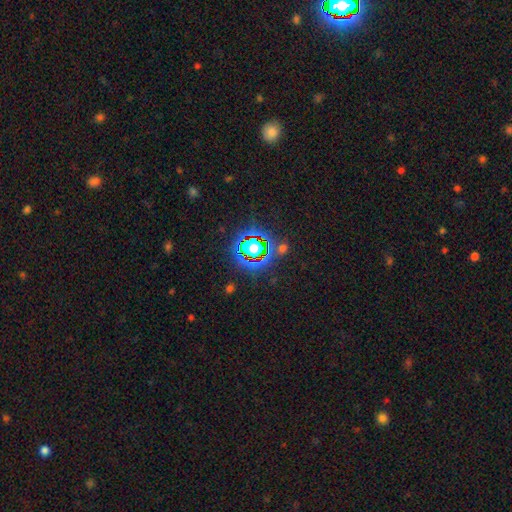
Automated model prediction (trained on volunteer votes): smooth-or-featured: star or artifact: 74% | smooth: 17% | featured or disk: 9%